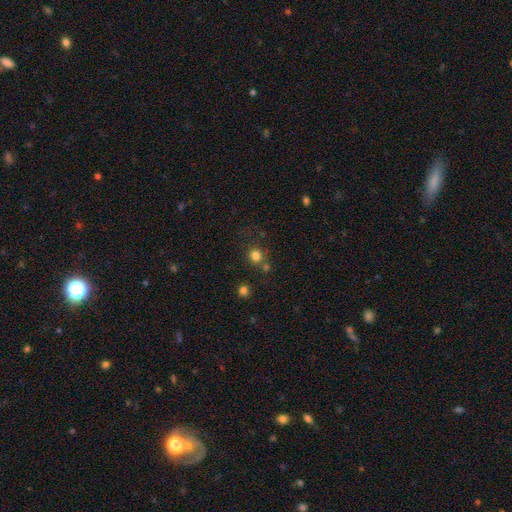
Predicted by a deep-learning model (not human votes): smooth 80%, star or artifact 15%, featured or disk 6%. Down the decision tree: how rounded — round (87%); merging — none (69%).